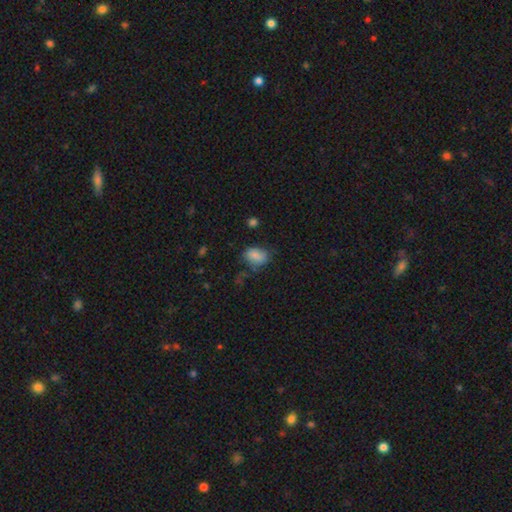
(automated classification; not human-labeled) Smooth or featured?
  - smooth: 81% *
  - featured or disk: 10%
  - star or artifact: 9%
How rounded?
  - in between: 78% *
  - round: 21%
  - cigar-shaped: 1%
Merging?
  - none: 60% *
  - minor disturbance: 27%
  - major disturbance: 10%
  - merger: 3%